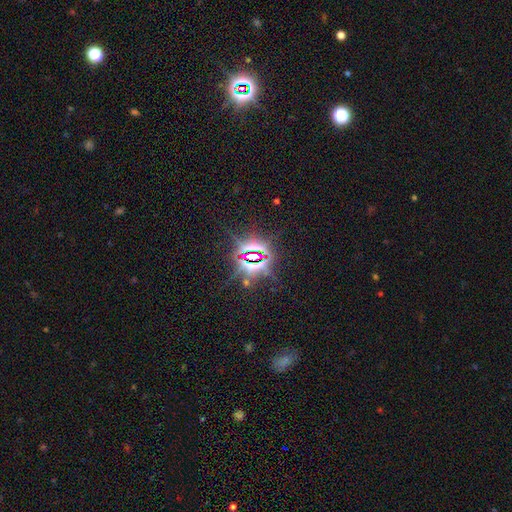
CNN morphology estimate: This is clearly a star or artifact rather than a galaxy (85%).